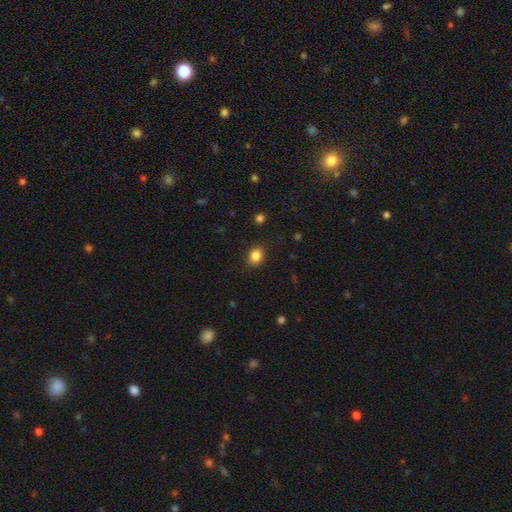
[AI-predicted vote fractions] Smooth or featured? smooth (85%)
How rounded? round (57%)
Merging? none (87%)